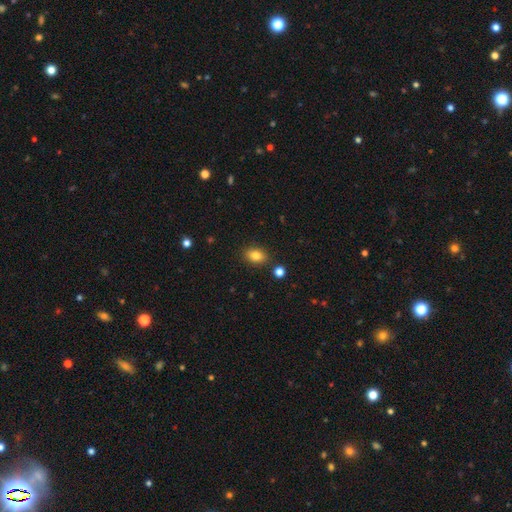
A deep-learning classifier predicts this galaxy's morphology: A smooth galaxy with no disk features (82%) that is in between round and cigar-shaped (77%). Merging: none (85%).